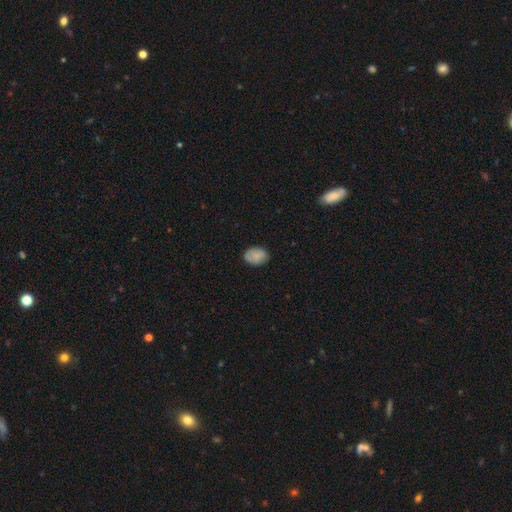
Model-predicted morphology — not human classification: Smooth or featured? Predicted: smooth (p=0.84). How rounded? Predicted: in between (p=0.74). Merging? Predicted: none (p=0.83).